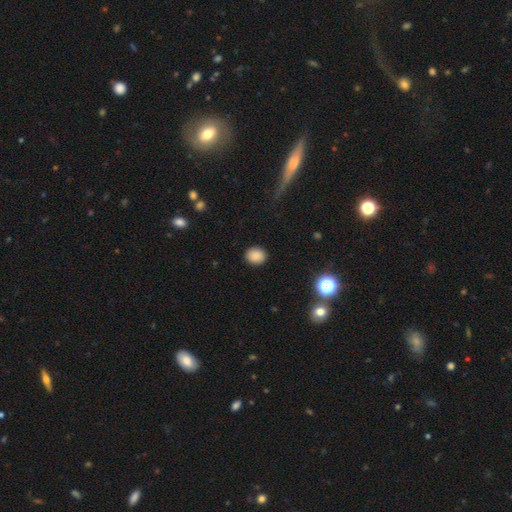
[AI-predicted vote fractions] Smooth or featured? smooth (86%)
How rounded? round (66%)
Merging? none (90%)